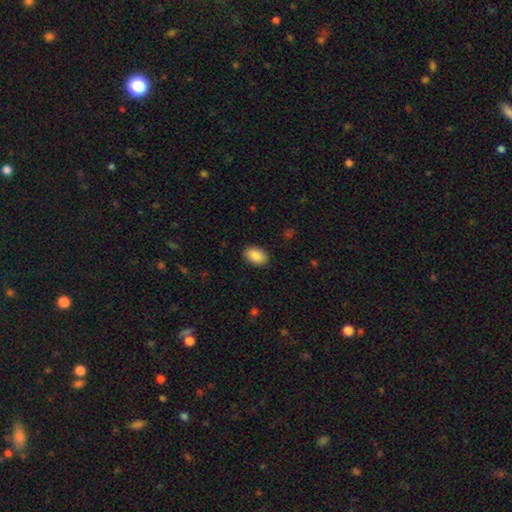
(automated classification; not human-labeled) This appears to be a smooth galaxy with no disk features (88%) that is in between round and cigar-shaped (90%). Merging: none (89%).